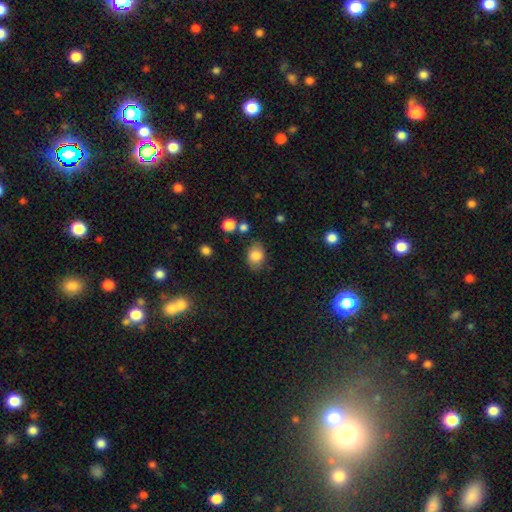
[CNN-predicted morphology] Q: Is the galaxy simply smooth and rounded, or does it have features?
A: smooth — 82%.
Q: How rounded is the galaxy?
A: in between — 67%.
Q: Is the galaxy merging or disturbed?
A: none — 77%.